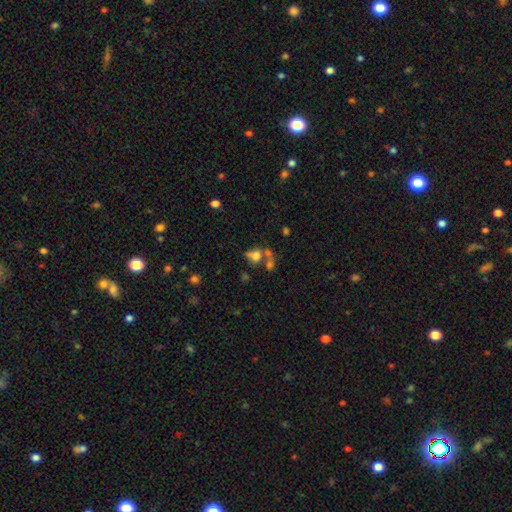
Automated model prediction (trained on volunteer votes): Smooth or featured: smooth — 61% (featured or disk — 22%)
How rounded: in between — 50% (round — 47%)
Merging: merger — 48% (none — 29%)